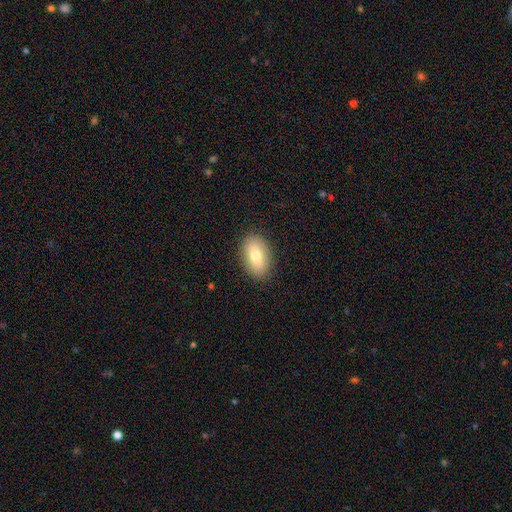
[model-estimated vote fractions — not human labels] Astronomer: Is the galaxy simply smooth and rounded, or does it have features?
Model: smooth — 74%.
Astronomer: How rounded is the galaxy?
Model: in between — 90%.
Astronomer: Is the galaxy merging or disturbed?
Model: none — 88%.